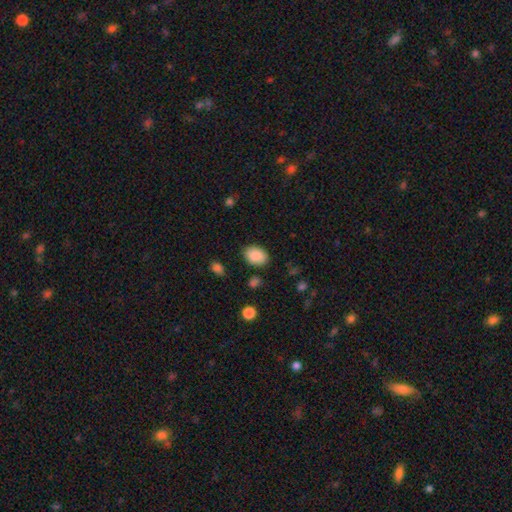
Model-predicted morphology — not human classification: smooth 88%, star or artifact 7%, featured or disk 4%. Down the decision tree: how rounded — in between (79%); merging — none (84%).